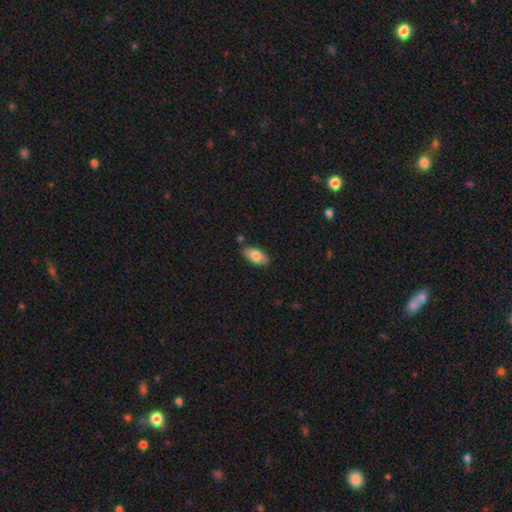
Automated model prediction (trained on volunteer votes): smooth_or_featured: smooth (p=0.81) [alt: featured or disk p=0.12]
how_rounded: in between (p=0.93) [alt: cigar-shaped p=0.04]
merging: none (p=0.82) [alt: minor disturbance p=0.12]